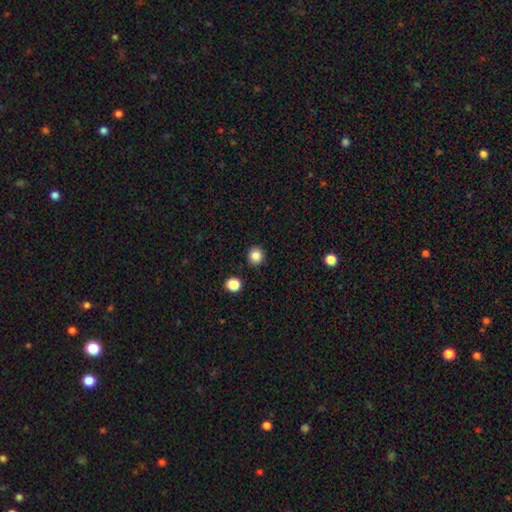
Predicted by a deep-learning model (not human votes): Morphology: type=smooth (85%); roundness=round (92%); merging=none (91%).